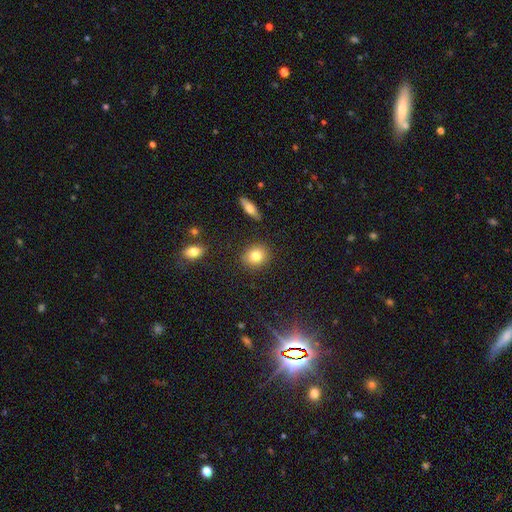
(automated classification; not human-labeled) smooth_or_featured: smooth (p=0.81) [alt: featured or disk p=0.09]
how_rounded: round (p=0.74) [alt: in between p=0.24]
merging: none (p=0.88) [alt: minor disturbance p=0.07]